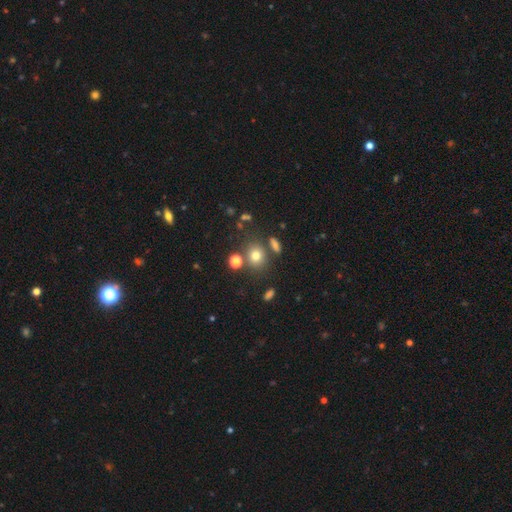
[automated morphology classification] smooth 75%, star or artifact 16%, featured or disk 10%. Down the decision tree: how rounded — round (73%); merging — none (72%).